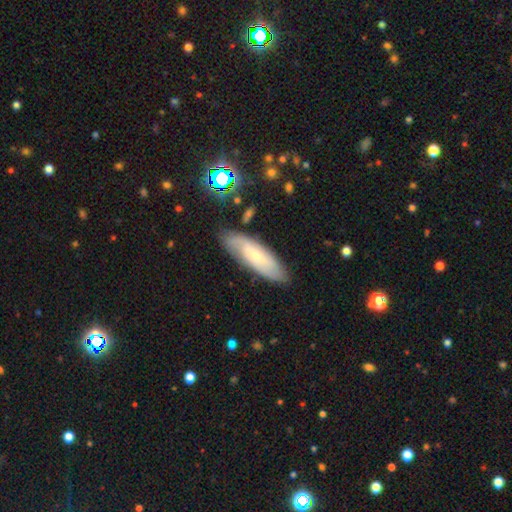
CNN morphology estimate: Smooth or featured: featured or disk — 50% (smooth — 42%)
Edge-on disk: no — 76% (yes — 24%)
Merging: none — 79% (minor disturbance — 15%)